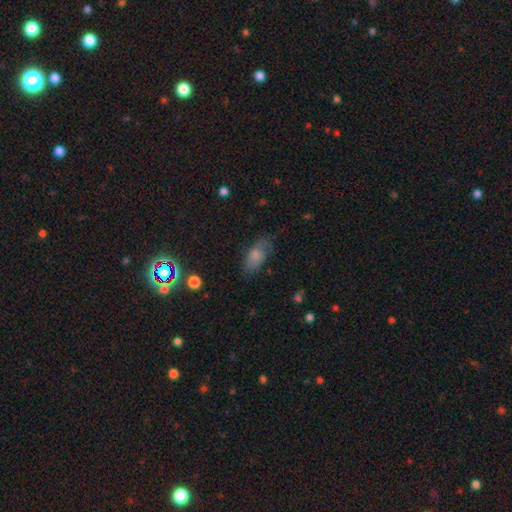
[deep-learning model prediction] Smooth or featured? Predicted: smooth (p=0.73). How rounded? Predicted: in between (p=0.89). Merging? Predicted: none (p=0.68).